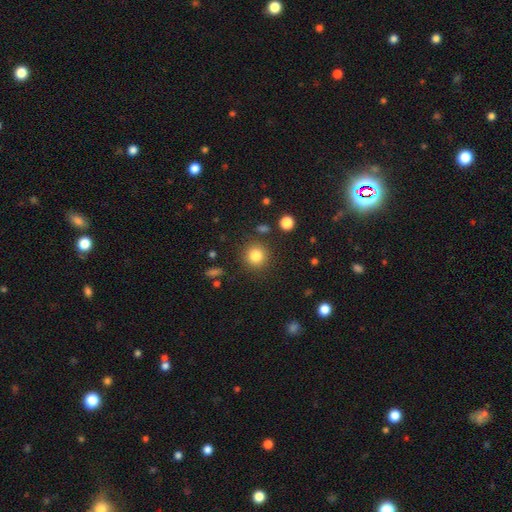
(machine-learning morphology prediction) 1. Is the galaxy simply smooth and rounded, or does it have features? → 83% smooth, 11% star or artifact, 6% featured or disk.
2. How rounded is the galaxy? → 92% round, 7% in between, 1% cigar-shaped.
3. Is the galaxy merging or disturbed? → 87% none, 7% minor disturbance, 3% major disturbance, 3% merger.